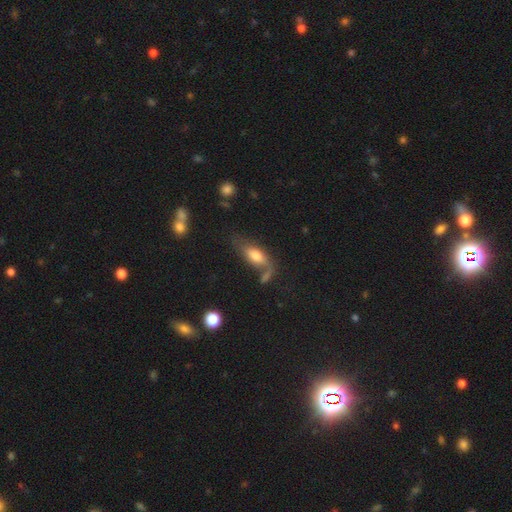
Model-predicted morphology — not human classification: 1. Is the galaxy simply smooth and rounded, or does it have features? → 64% smooth, 28% featured or disk, 8% star or artifact.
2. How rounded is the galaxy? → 80% in between, 16% cigar-shaped, 4% round.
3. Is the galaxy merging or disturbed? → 47% none, 22% minor disturbance, 17% merger, 14% major disturbance.